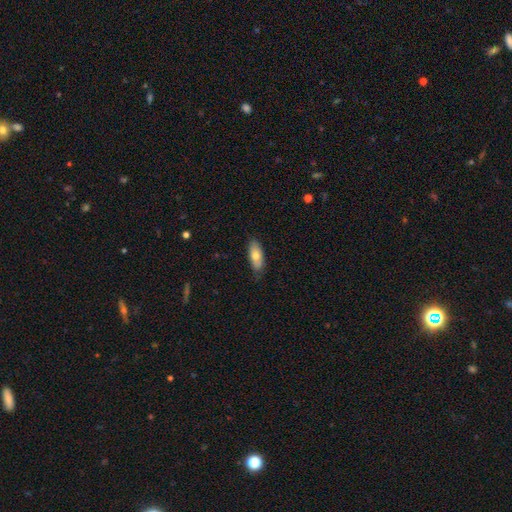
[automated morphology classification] Q: Smooth or featured?
A: smooth (71%); runner-up: featured or disk (23%)
Q: How rounded?
A: in between (80%); runner-up: cigar-shaped (18%)
Q: Merging?
A: none (78%); runner-up: minor disturbance (18%)